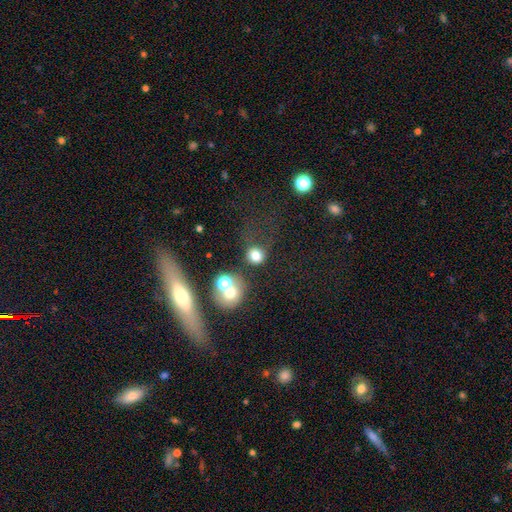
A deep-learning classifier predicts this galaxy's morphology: smooth_or_featured: smooth (p=0.76) [alt: star or artifact p=0.14]
how_rounded: round (p=0.83) [alt: in between p=0.16]
merging: none (p=0.56) [alt: merger p=0.16]